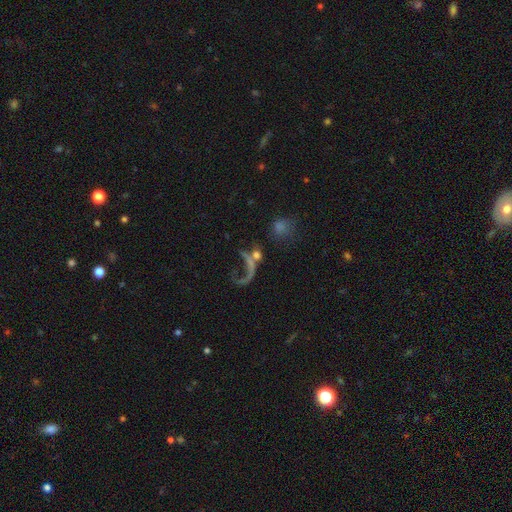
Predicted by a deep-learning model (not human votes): smooth-or-featured: featured or disk: 45% | smooth: 35% | star or artifact: 20%
  merging: major disturbance: 36% | merger: 29% | none: 26% | minor disturbance: 10%